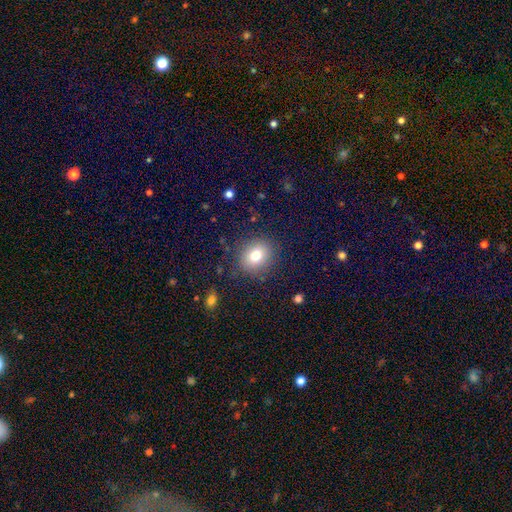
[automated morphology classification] Smooth or featured? smooth (76%)
How rounded? round (70%)
Merging? none (86%)